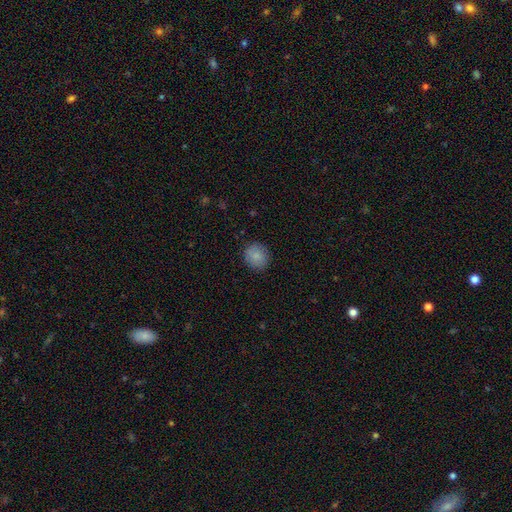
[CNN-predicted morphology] smooth 85%, star or artifact 8%, featured or disk 7%. Down the decision tree: how rounded — round (80%); merging — none (87%).